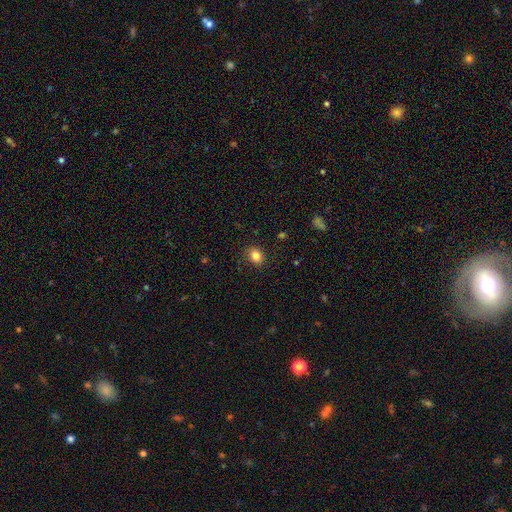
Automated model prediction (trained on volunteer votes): Smooth or featured? Predicted: smooth (p=0.84). How rounded? Predicted: round (p=0.56). Merging? Predicted: none (p=0.87).